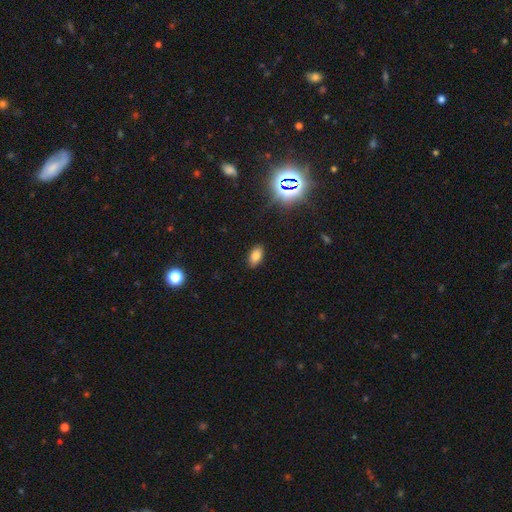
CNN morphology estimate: smooth 79%, star or artifact 14%, featured or disk 7%. Down the decision tree: how rounded — in between (92%); merging — none (88%).